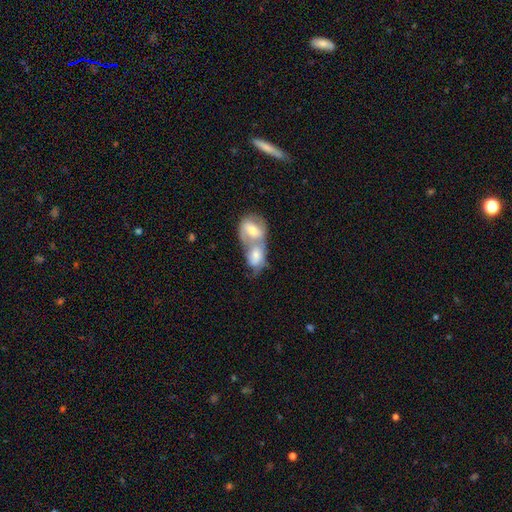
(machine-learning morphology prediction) type=smooth (51%); roundness=in between (73%); merging=merger (80%).